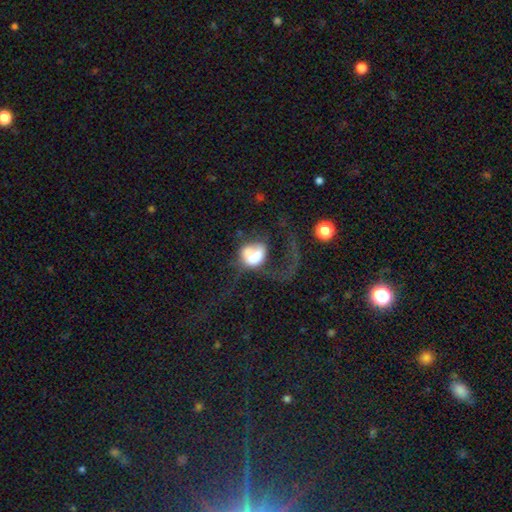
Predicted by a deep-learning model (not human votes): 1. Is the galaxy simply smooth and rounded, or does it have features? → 51% smooth, 38% featured or disk, 11% star or artifact.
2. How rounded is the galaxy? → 59% in between, 39% round, 2% cigar-shaped.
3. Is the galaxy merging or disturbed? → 50% major disturbance, 26% merger, 14% none, 9% minor disturbance.